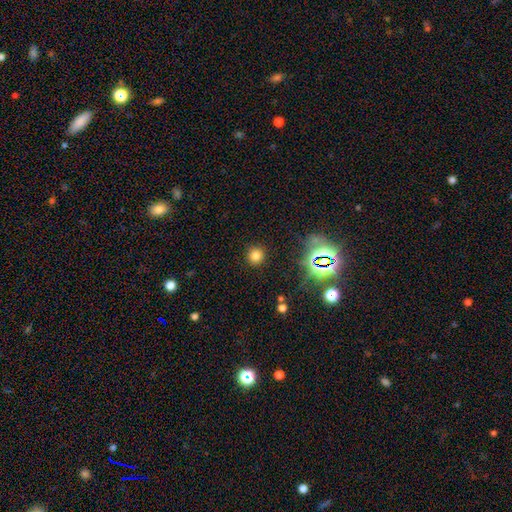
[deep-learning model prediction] Morphology: type=smooth (76%); roundness=round (92%); merging=none (90%).